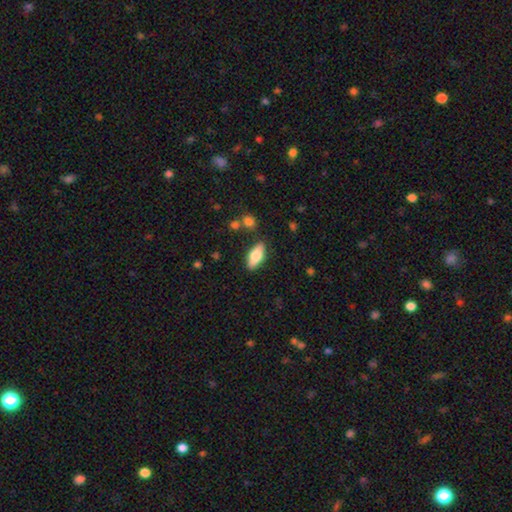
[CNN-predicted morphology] Smooth or featured? Predicted: smooth (p=0.72). How rounded? Predicted: in between (p=0.81). Merging? Predicted: none (p=0.83).